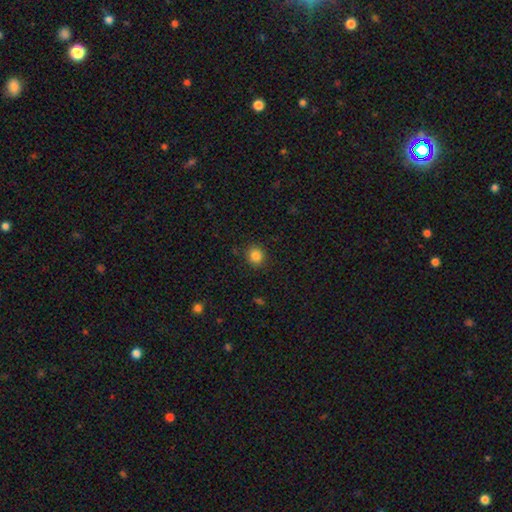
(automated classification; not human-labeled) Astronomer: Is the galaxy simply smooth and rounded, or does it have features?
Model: smooth — 85%.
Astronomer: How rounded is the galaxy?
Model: round — 83%.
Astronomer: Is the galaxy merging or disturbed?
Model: none — 90%.